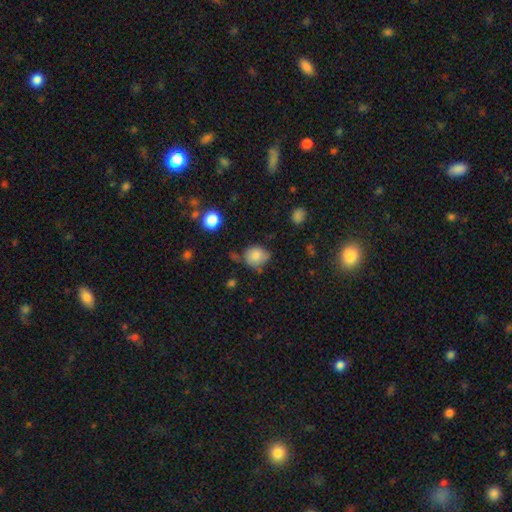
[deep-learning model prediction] A smooth galaxy with no disk features (81%) that is round (61%).

Vote fractions:
- Smooth or featured? smooth: 81% / star or artifact: 10% / featured or disk: 9%
- How rounded? round: 61% / in between: 38% / cigar-shaped: 1%
- Merging? none: 60% / minor disturbance: 28% / major disturbance: 6% / merger: 5%